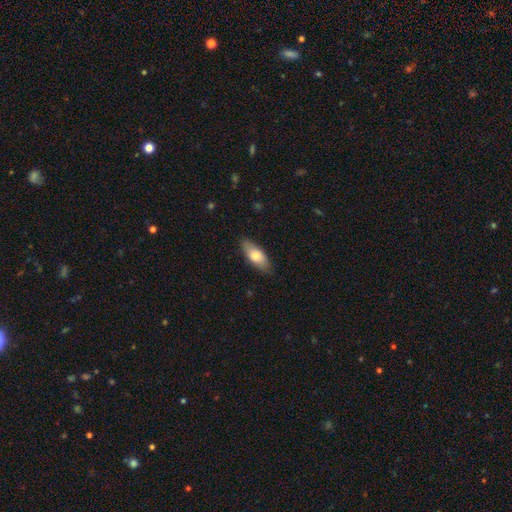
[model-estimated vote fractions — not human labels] smooth 74%, featured or disk 20%, star or artifact 6%. Down the decision tree: how rounded — in between (81%); merging — none (85%).